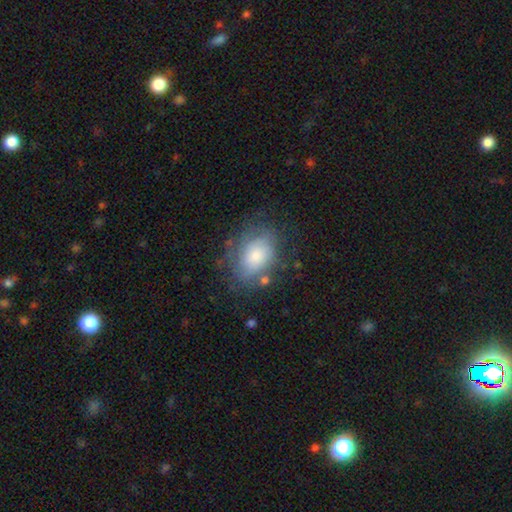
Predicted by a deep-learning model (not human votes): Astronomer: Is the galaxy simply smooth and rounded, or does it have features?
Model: smooth — 64%.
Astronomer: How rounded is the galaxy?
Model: in between — 73%.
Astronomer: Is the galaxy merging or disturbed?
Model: none — 62%.